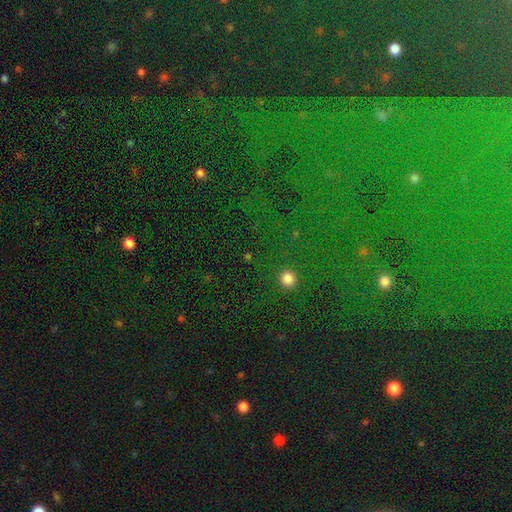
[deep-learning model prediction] This is clearly a star or artifact rather than a galaxy (80%).